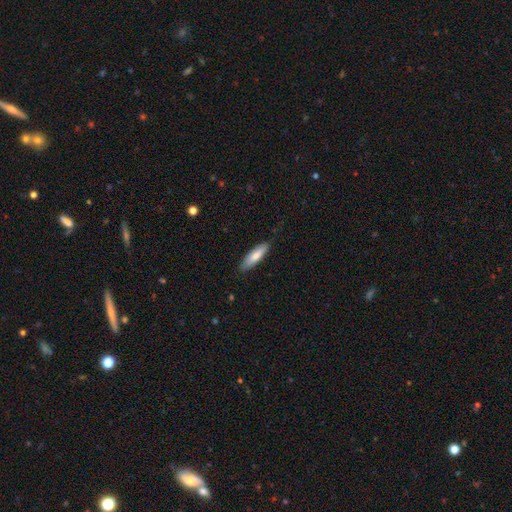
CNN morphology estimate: smooth_or_featured: smooth (p=0.76) [alt: featured or disk p=0.18]
how_rounded: cigar-shaped (p=0.57) [alt: in between p=0.42]
merging: none (p=0.84) [alt: minor disturbance p=0.13]